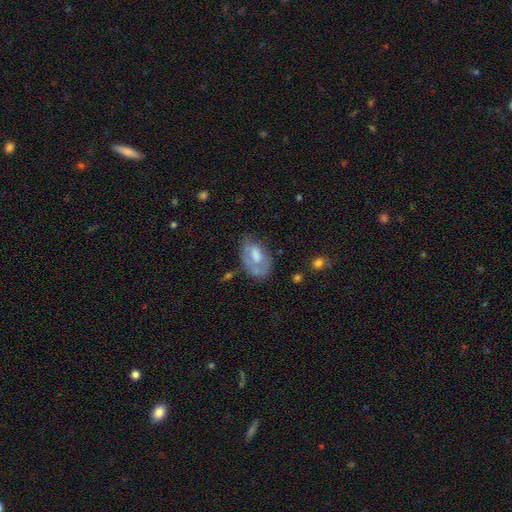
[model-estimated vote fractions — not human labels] Overall: featured or disk (49%; smooth 42%). Merging: none (48%; minor disturbance 28%).